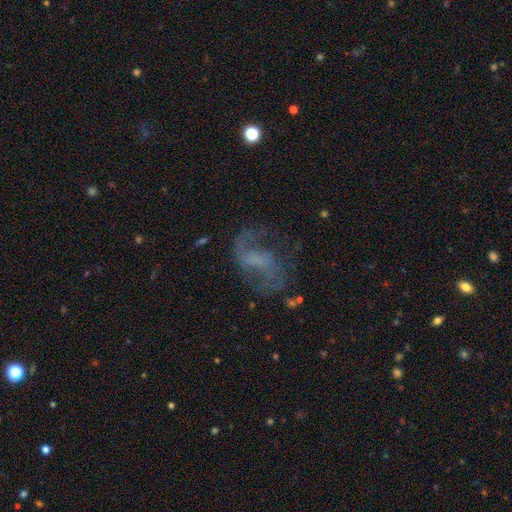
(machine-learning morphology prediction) Smooth or featured? Predicted: featured or disk (p=0.73). Edge-on disk? Predicted: no (p=0.96). Bar? Predicted: weak (p=0.47). Spiral arms? Predicted: yes (p=0.88). Spiral winding? Predicted: loose (p=0.50). Spiral arm count? Predicted: 2 (p=0.79). Bulge size? Predicted: none (p=0.44). Merging? Predicted: none (p=0.59).